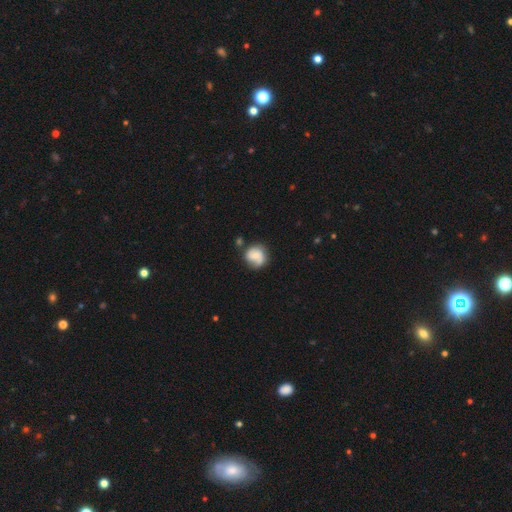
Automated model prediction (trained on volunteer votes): Q: Smooth or featured?
A: smooth (48%); runner-up: featured or disk (44%)
Q: Merging?
A: none (57%); runner-up: minor disturbance (24%)